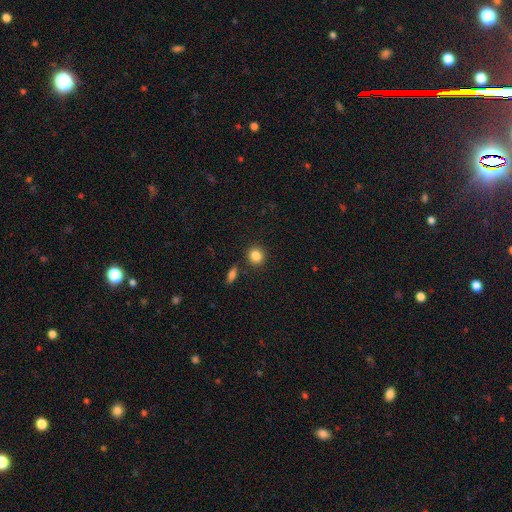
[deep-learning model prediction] A smooth galaxy with no disk features (85%) that is round (86%). Merging: none (86%).